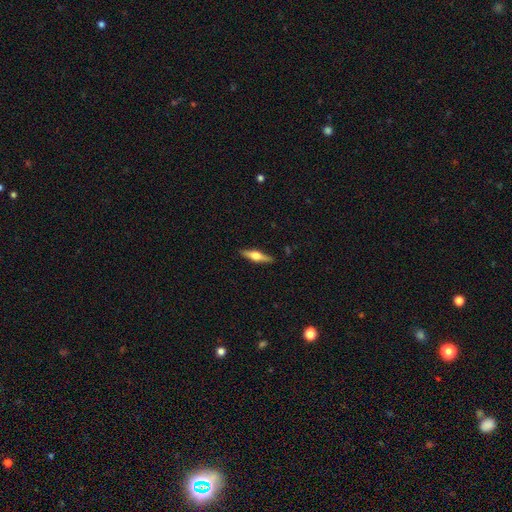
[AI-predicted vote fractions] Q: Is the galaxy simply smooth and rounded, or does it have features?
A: featured or disk — 60%.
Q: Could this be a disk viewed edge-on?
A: yes — 96%.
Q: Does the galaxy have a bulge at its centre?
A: rounded — 94%.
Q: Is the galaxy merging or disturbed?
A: none — 90%.